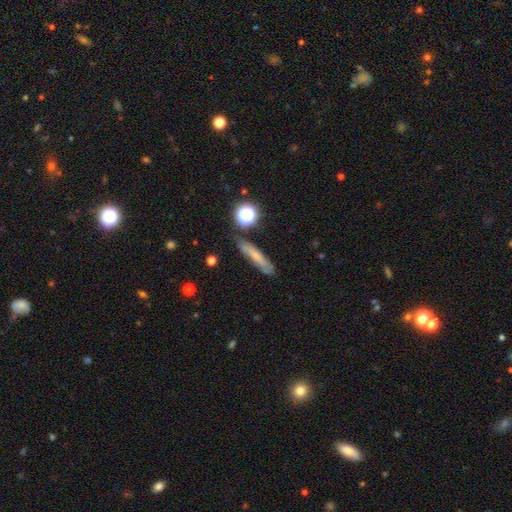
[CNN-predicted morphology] smooth 60%, featured or disk 28%, star or artifact 13%. Down the decision tree: how rounded — cigar-shaped (80%); merging — none (75%).